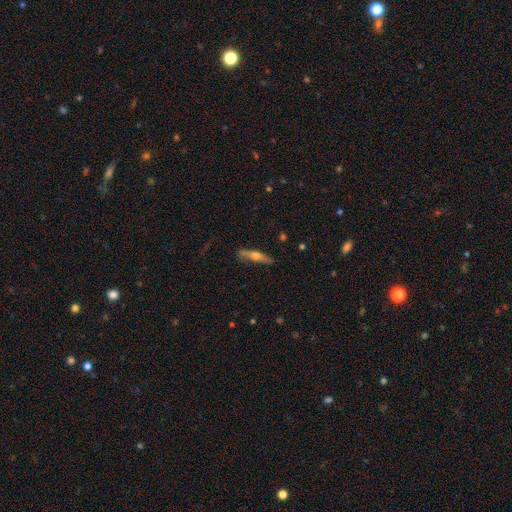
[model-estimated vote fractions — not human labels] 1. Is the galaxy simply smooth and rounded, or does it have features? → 57% featured or disk, 37% smooth, 6% star or artifact.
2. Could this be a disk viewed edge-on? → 93% yes, 7% no.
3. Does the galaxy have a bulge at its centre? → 91% rounded, 5% boxy, 5% none.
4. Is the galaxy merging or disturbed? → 79% none, 15% minor disturbance, 3% major disturbance, 3% merger.